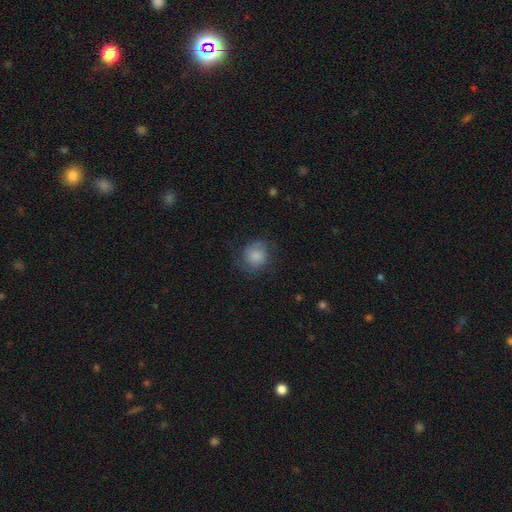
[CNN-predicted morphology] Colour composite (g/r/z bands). It shows a smooth galaxy with no disk features (79%) that is round (79%). Merging: none (67%).